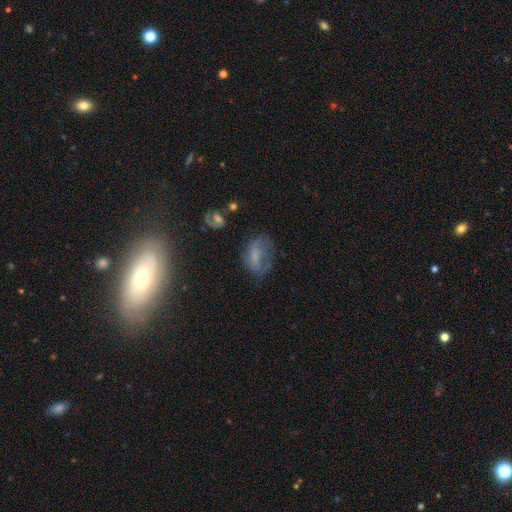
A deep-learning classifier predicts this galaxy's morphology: Smooth or featured: smooth — 54% (featured or disk — 31%)
How rounded: in between — 77% (round — 20%)
Merging: none — 47% (minor disturbance — 27%)